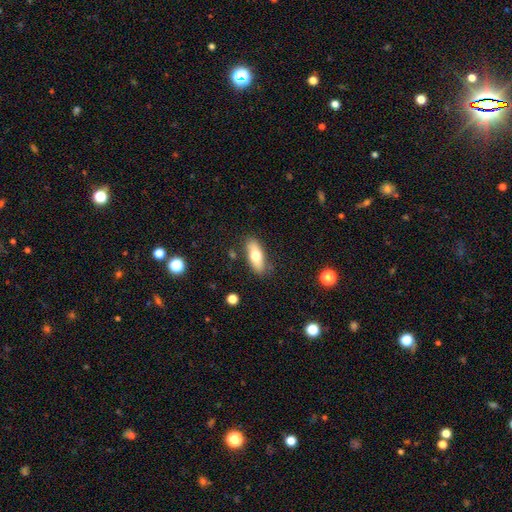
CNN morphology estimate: Smooth or featured? smooth (68%)
How rounded? in between (75%)
Merging? none (82%)